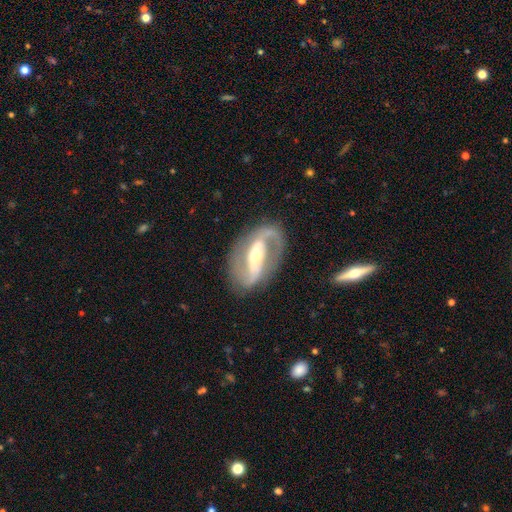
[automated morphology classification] Smooth or featured?
  - featured or disk: 89% *
  - smooth: 7%
  - star or artifact: 4%
Edge-on disk?
  - no: 96% *
  - yes: 4%
Bar?
  - strong: 59% *
  - weak: 26%
  - no: 14%
Spiral arms?
  - yes: 94% *
  - no: 6%
Spiral winding?
  - medium: 51% *
  - loose: 28%
  - tight: 22%
Spiral arm count?
  - 2: 91% *
  - 1: 3%
  - can't tell: 3%
  - 3: 1%
  - 4: 1%
  - more than 4: 1%
Bulge size?
  - moderate: 56% *
  - small: 35%
  - large: 6%
  - none: 1%
  - dominant: 1%
Merging?
  - none: 81% *
  - minor disturbance: 12%
  - major disturbance: 6%
  - merger: 2%